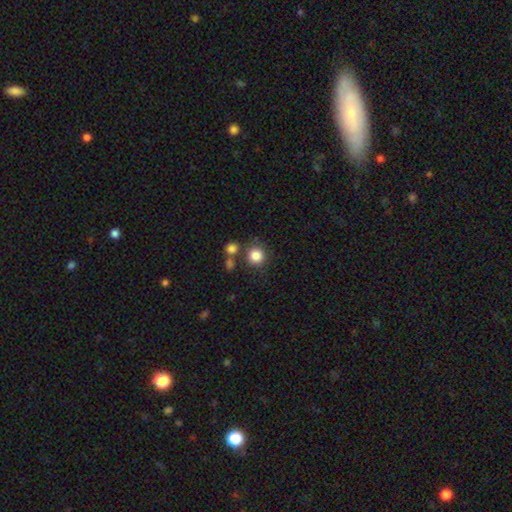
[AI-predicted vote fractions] This appears to be a smooth galaxy with no disk features (84%) that is round (91%). Merging: none (75%).